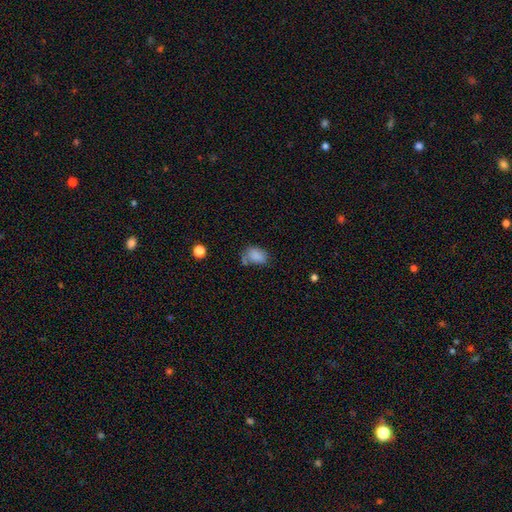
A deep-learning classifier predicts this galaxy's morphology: This appears to be a smooth galaxy with no disk features (82%) that is in between round and cigar-shaped (82%). Merging: none (51%).